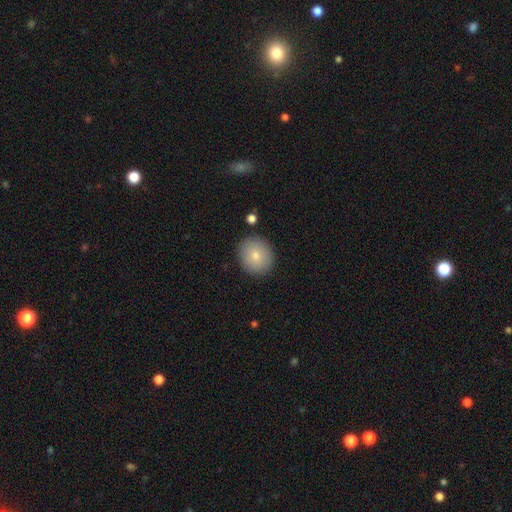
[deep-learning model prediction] Smooth or featured? smooth (81%)
How rounded? round (80%)
Merging? none (87%)